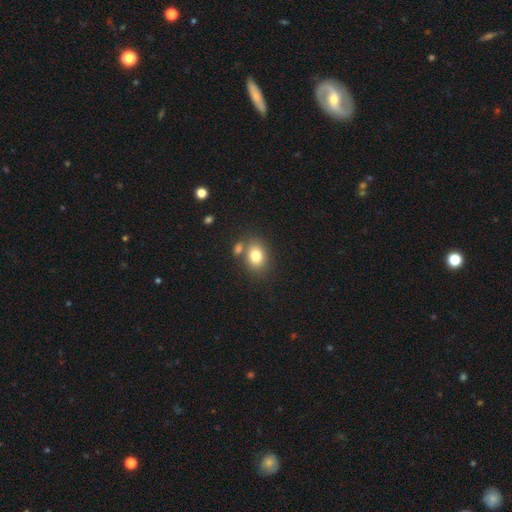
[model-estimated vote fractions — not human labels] This appears to be a smooth galaxy with no disk features (80%) that is in between round and cigar-shaped (65%). Merging: none (65%).